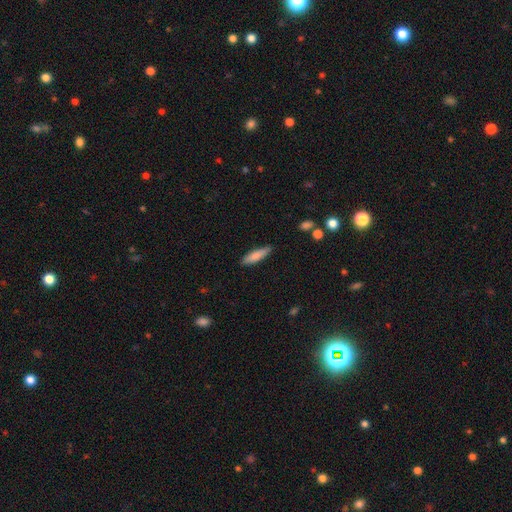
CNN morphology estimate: Smooth or featured? smooth (81%)
How rounded? cigar-shaped (71%)
Merging? none (86%)